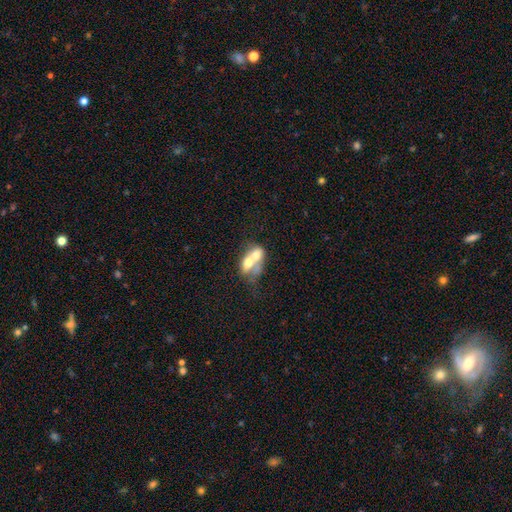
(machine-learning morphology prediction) A smooth galaxy with no disk features (59%) that is in between round and cigar-shaped (70%). Merging: merger (79%).